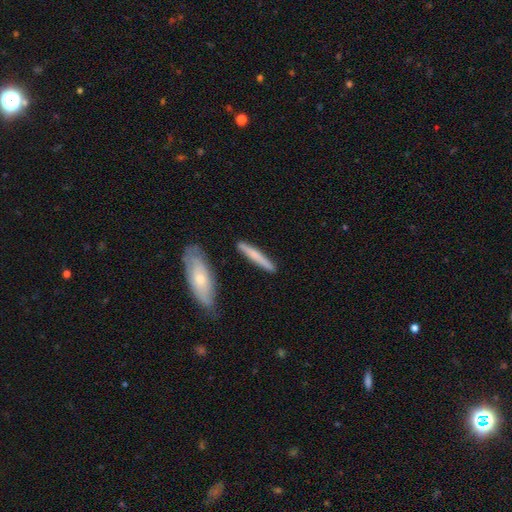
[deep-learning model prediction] smooth-or-featured: smooth: 62% | featured or disk: 33% | star or artifact: 5%
  how-rounded: cigar-shaped: 92% | in between: 6% | round: 2%
  merging: none: 85% | minor disturbance: 10% | merger: 3% | major disturbance: 2%